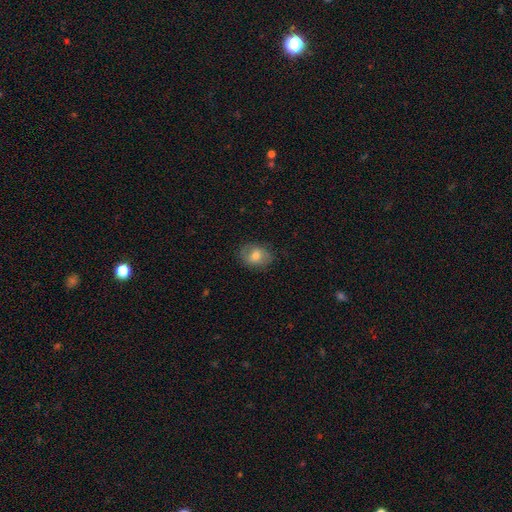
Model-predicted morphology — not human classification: A smooth galaxy with no disk features (65%) that is in between round and cigar-shaped (60%).

Vote fractions:
- Smooth or featured? smooth: 65% / featured or disk: 26% / star or artifact: 8%
- How rounded? in between: 60% / round: 39% / cigar-shaped: 1%
- Merging? none: 78% / minor disturbance: 16% / major disturbance: 5% / merger: 1%